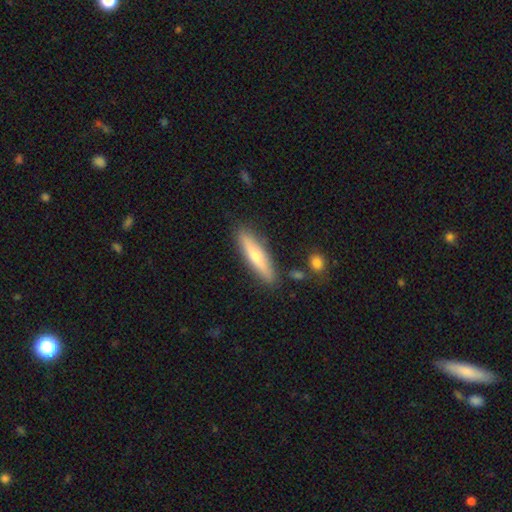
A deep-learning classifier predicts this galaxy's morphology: This is possibly a smooth galaxy (51%). How rounded: clearly cigar-shaped (82%). Merging: clearly none (85%).